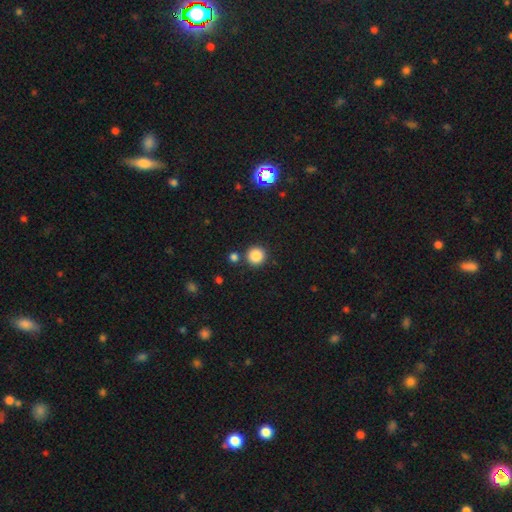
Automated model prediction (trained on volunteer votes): A smooth galaxy with no disk features (86%) that is round (94%). Merging: none (85%).